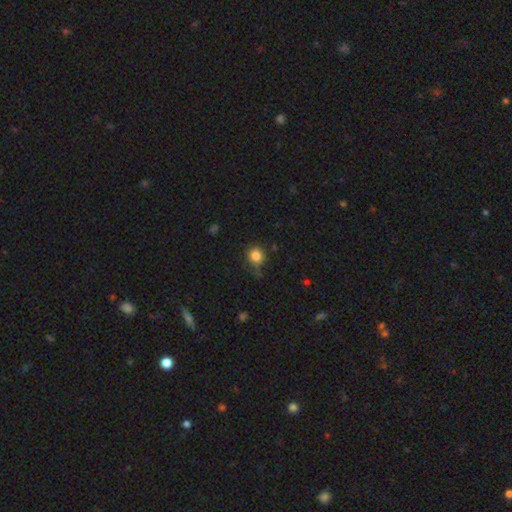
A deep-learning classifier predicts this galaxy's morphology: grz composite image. It shows a smooth galaxy with no disk features (84%) that is round (88%). Merging: none (73%).